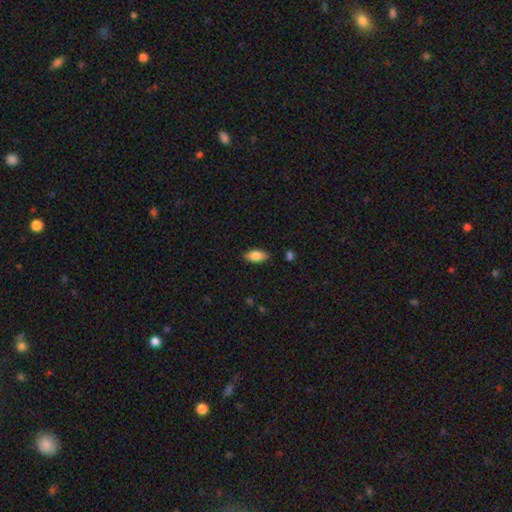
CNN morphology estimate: A smooth galaxy with no disk features (83%) that is in between round and cigar-shaped (89%).

Vote fractions:
- Smooth or featured? smooth: 83% / featured or disk: 10% / star or artifact: 7%
- How rounded? in between: 89% / cigar-shaped: 8% / round: 3%
- Merging? none: 85% / minor disturbance: 11% / major disturbance: 2% / merger: 2%